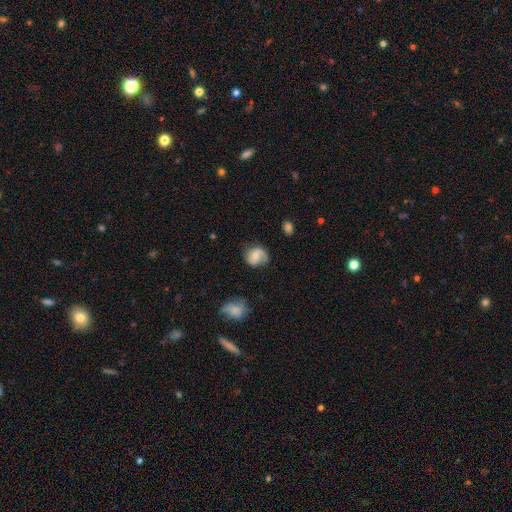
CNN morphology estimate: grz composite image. It shows a featured or disk galaxy (53%) with no bar (60%), spiral arms (86%) and a moderate central bulge (53%). Merging: none (66%).